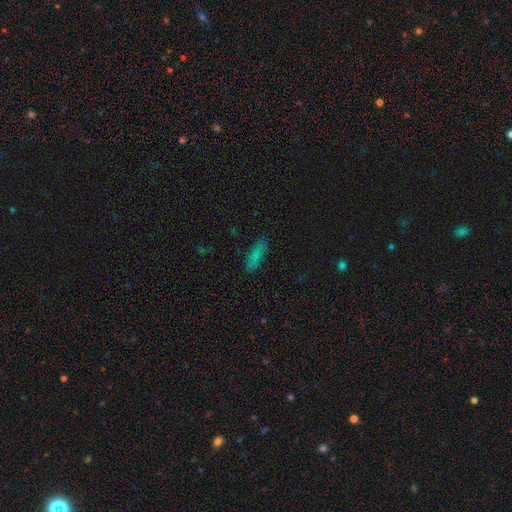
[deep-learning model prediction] The model was most divided on "how rounded": cigar-shaped: 50%, in between: 48%, round: 2%. More confident: merging — none (84%); smooth or featured — smooth (76%).